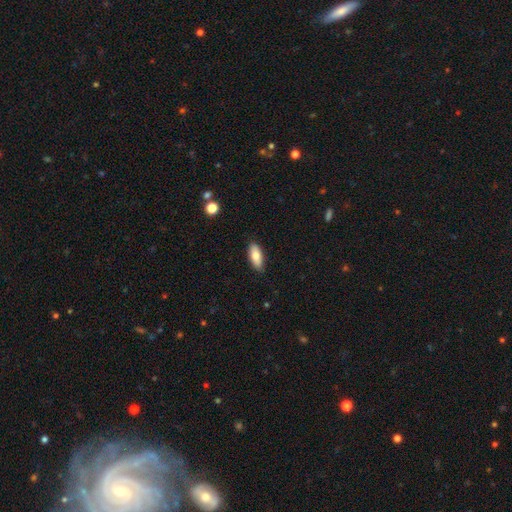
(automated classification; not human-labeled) A smooth galaxy with no disk features (79%) that is in between round and cigar-shaped (79%). Merging: none (86%).